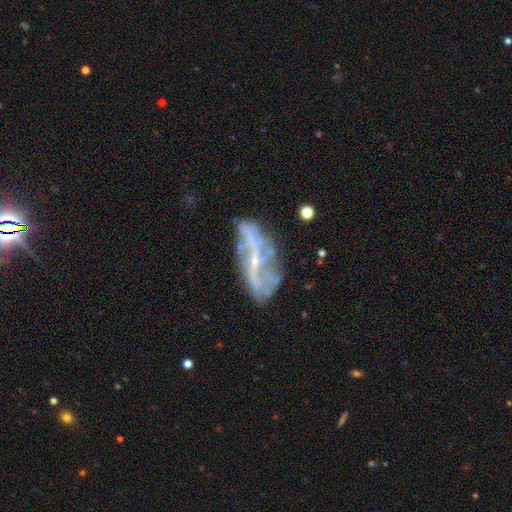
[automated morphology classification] Smooth or featured? Predicted: featured or disk (p=0.76). Edge-on disk? Predicted: no (p=0.84). Bar? Predicted: no (p=0.37). Spiral arms? Predicted: yes (p=0.74). Bulge size? Predicted: small (p=0.73). Merging? Predicted: none (p=0.59).